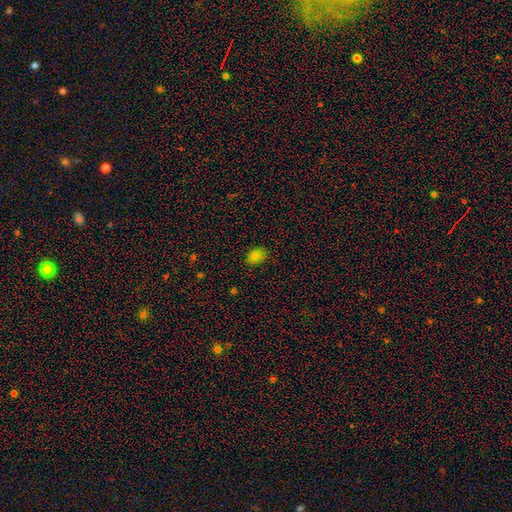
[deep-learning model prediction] Overall: smooth (80%). How rounded: in between (75%). Merging: none (80%).